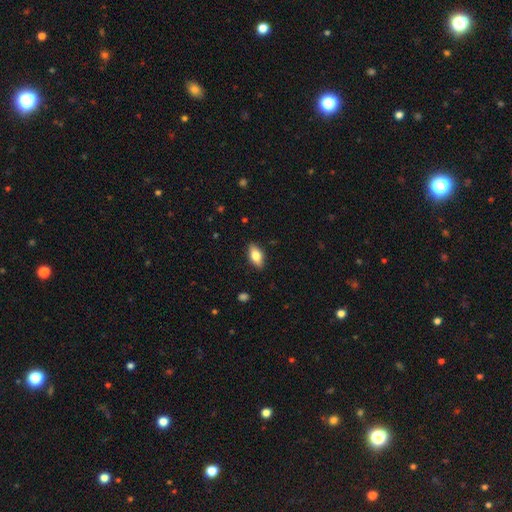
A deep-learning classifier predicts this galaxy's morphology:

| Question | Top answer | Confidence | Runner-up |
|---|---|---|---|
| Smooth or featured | smooth | 77% | featured or disk (16%) |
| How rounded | in between | 88% | cigar-shaped (8%) |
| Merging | none | 88% | minor disturbance (9%) |